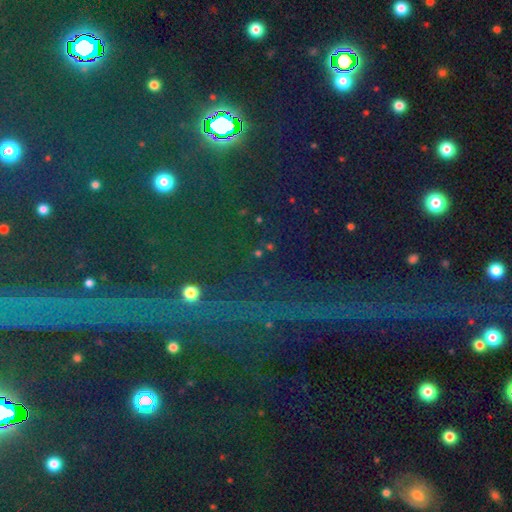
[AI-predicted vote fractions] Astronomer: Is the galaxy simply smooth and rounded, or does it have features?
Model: star or artifact — 81%.